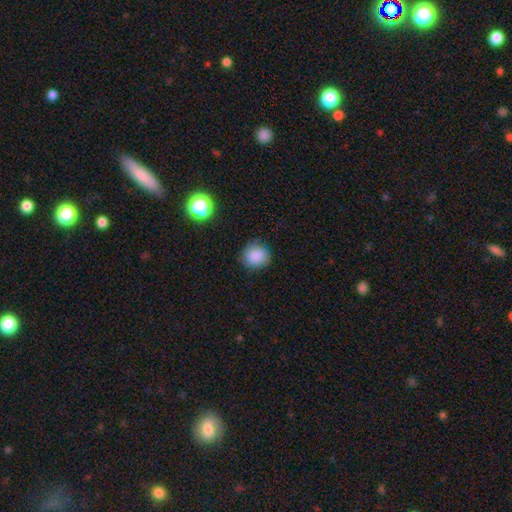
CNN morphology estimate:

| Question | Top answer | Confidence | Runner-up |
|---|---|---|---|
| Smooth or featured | smooth | 86% | star or artifact (10%) |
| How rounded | round | 82% | in between (18%) |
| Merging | none | 81% | minor disturbance (14%) |